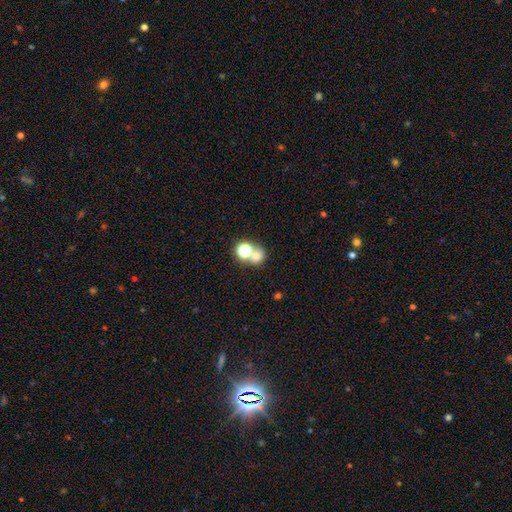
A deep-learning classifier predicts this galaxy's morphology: Smooth or featured? Predicted: smooth (p=0.66). How rounded? Predicted: round (p=0.75). Merging? Predicted: none (p=0.48).